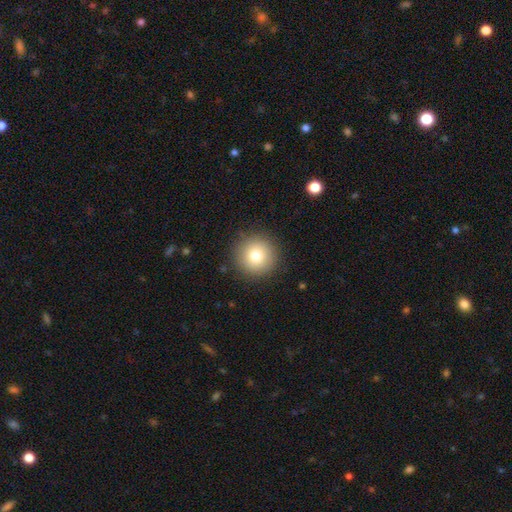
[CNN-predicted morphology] A smooth galaxy with no disk features (78%) that is round (96%). Merging: none (90%).